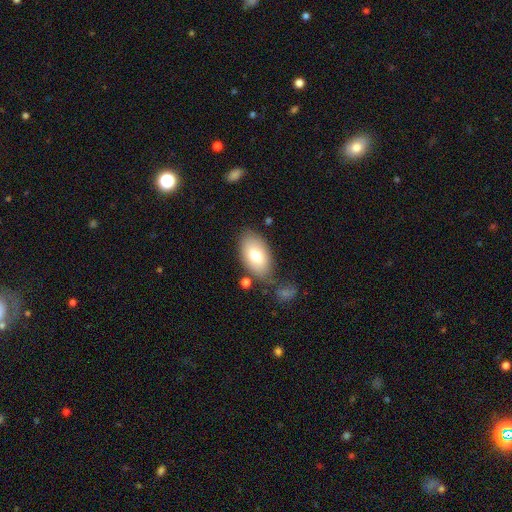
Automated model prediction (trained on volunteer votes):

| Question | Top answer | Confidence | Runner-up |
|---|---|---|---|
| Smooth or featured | smooth | 76% | featured or disk (17%) |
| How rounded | in between | 93% | round (5%) |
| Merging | none | 73% | minor disturbance (16%) |